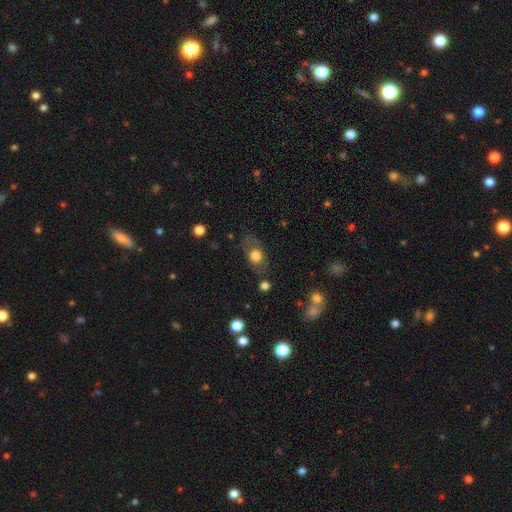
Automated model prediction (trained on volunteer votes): A smooth galaxy with no disk features (60%) that is in between round and cigar-shaped (68%). Merging: none (70%).